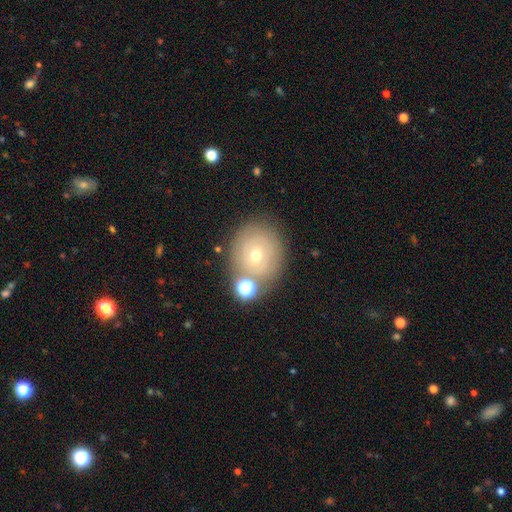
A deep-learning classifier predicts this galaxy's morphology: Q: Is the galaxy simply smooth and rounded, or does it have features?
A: smooth — 45%.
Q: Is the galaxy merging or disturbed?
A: none — 70%.